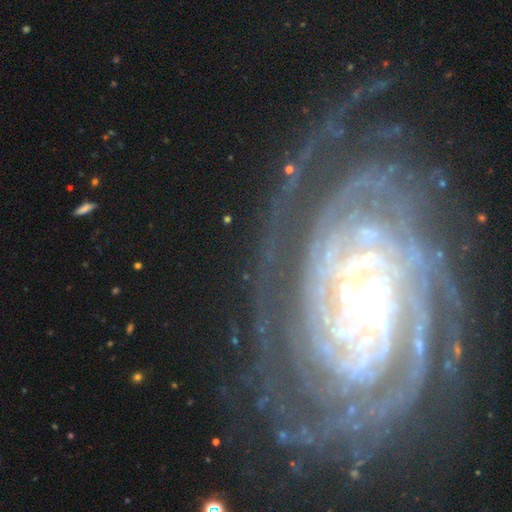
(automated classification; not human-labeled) Morphology: type=featured or disk (87%); edge-on=no (96%); bar=no (44%); spiral arms=yes (97%); winding=tight (74%); arm count=can't tell (29%); bulge=small (70%); merging=none (71%).